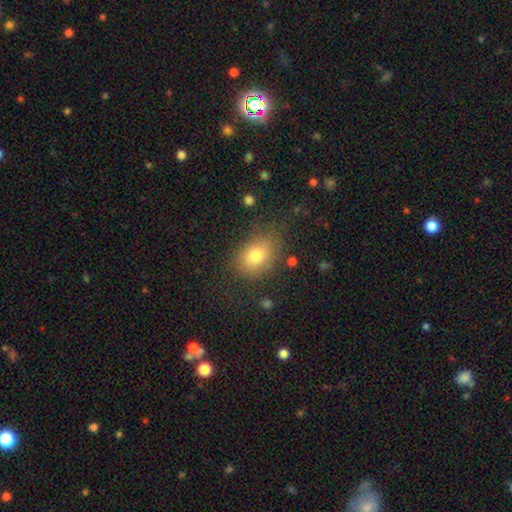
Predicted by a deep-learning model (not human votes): A smooth galaxy with no disk features (77%) that is in between round and cigar-shaped (69%).

Vote fractions:
- Smooth or featured? smooth: 77% / featured or disk: 12% / star or artifact: 11%
- How rounded? in between: 69% / round: 29% / cigar-shaped: 1%
- Merging? none: 74% / minor disturbance: 17% / major disturbance: 6% / merger: 2%